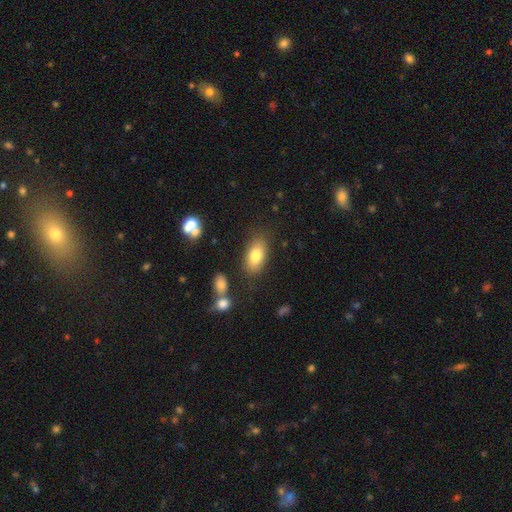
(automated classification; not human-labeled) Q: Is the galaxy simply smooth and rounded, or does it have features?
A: smooth — 79%.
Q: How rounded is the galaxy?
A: in between — 89%.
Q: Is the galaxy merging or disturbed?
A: none — 80%.